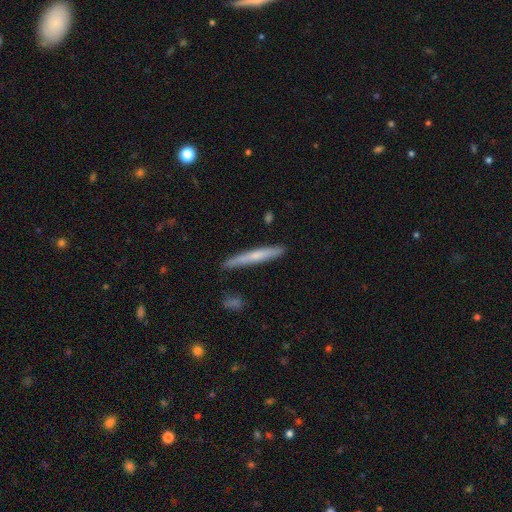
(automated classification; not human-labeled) The model was most divided on "smooth or featured": smooth: 57%, featured or disk: 37%, star or artifact: 6%. More confident: how rounded — cigar-shaped (96%); merging — none (85%).